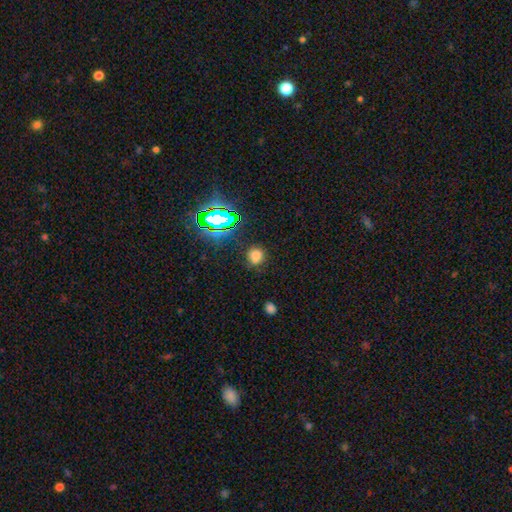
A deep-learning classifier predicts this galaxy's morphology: Smooth or featured: smooth — 69% (star or artifact — 24%)
How rounded: round — 83% (in between — 16%)
Merging: none — 77% (minor disturbance — 15%)